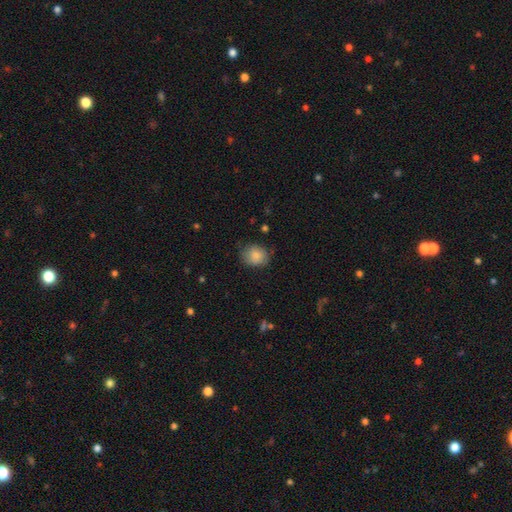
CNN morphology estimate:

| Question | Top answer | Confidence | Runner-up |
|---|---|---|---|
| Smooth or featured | smooth | 83% | featured or disk (9%) |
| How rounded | round | 64% | in between (35%) |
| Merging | none | 73% | minor disturbance (21%) |